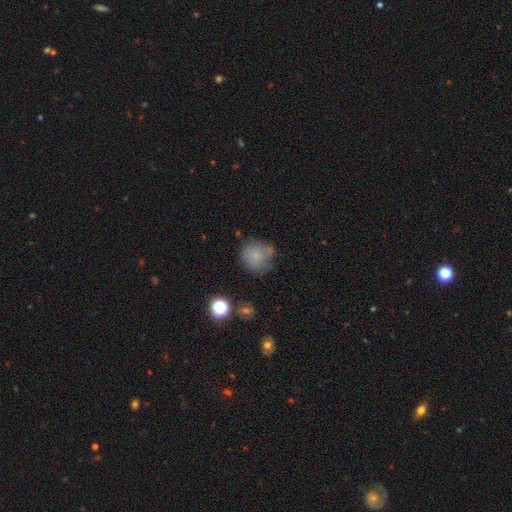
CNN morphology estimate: Smooth or featured: smooth — 75% (featured or disk — 14%)
How rounded: round — 89% (in between — 10%)
Merging: none — 60% (minor disturbance — 23%)